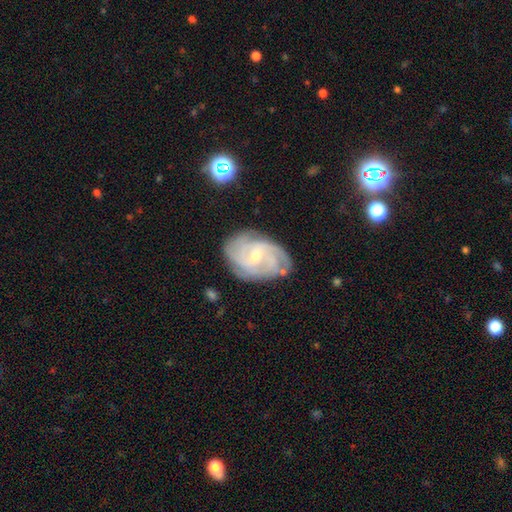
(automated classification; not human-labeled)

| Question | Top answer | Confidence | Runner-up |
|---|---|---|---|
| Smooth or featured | featured or disk | 84% | smooth (10%) |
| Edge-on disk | no | 97% | yes (3%) |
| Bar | weak | 54% | no (33%) |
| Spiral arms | yes | 96% | no (4%) |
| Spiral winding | tight | 56% | medium (35%) |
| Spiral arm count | can't tell | 27% | tied: 3 (27%) |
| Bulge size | small | 56% | moderate (41%) |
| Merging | none | 73% | minor disturbance (20%) |